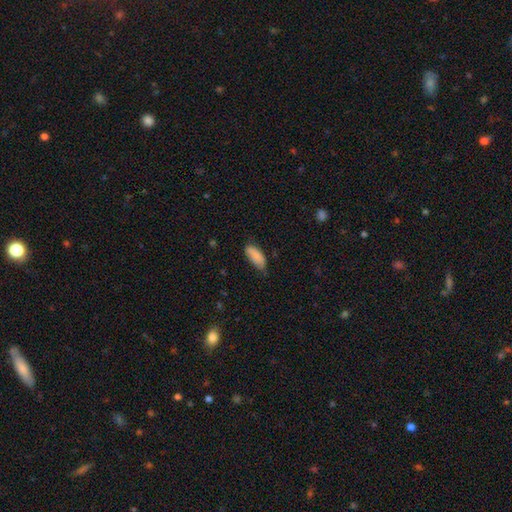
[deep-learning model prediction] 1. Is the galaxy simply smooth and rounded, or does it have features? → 84% smooth, 9% featured or disk, 7% star or artifact.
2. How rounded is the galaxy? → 85% in between, 13% cigar-shaped, 2% round.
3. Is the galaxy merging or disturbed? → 56% none, 36% minor disturbance, 6% major disturbance, 2% merger.